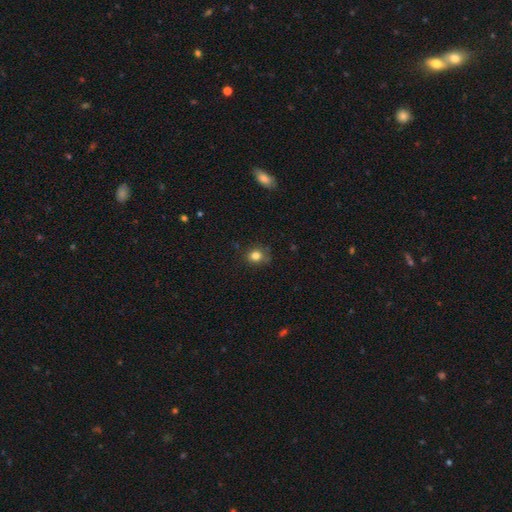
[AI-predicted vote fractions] Smooth or featured? smooth (82%)
How rounded? round (71%)
Merging? none (74%)